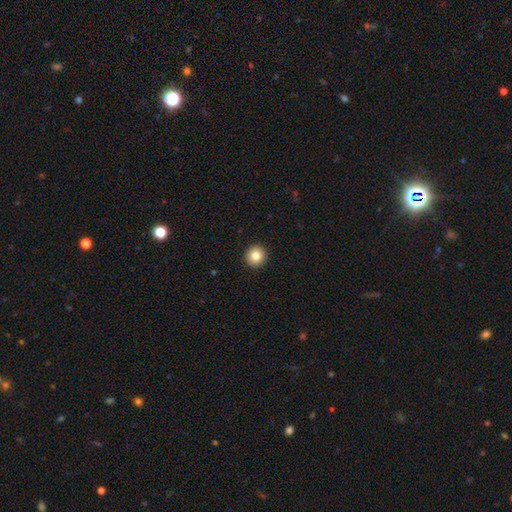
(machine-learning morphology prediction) A smooth galaxy with no disk features (84%) that is round (94%). Merging: none (93%).